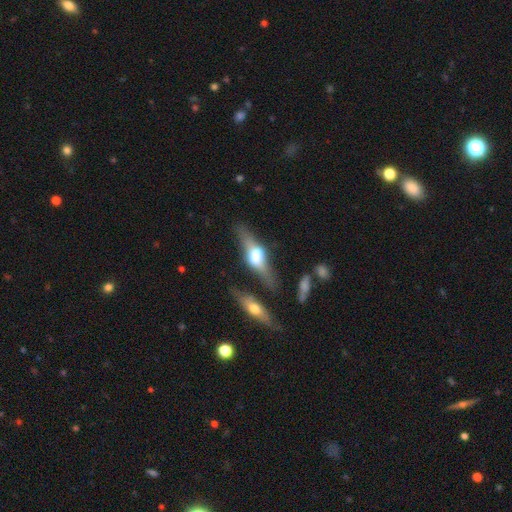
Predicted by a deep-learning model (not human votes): A featured or disk galaxy (66%) viewed edge-on (90%) with a rounded central bulge (89%).

Vote fractions:
- Smooth or featured? featured or disk: 66% / smooth: 27% / star or artifact: 8%
- Edge-on disk? yes: 90% / no: 10%
- Edge-on bulge? rounded: 89% / boxy: 9% / none: 2%
- Merging? none: 67% / minor disturbance: 16% / merger: 9% / major disturbance: 9%